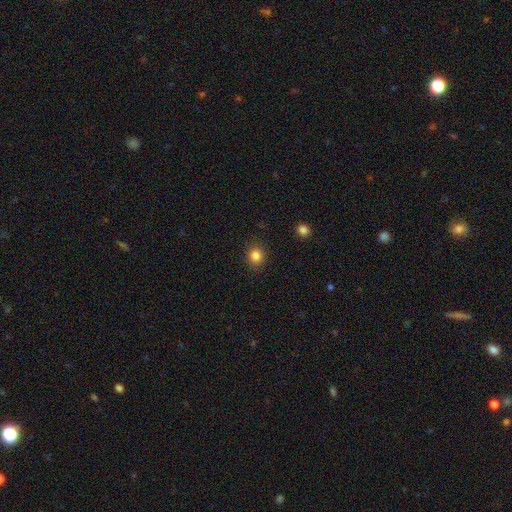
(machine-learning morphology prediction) A smooth galaxy with no disk features (84%) that is round (80%). Merging: none (89%).